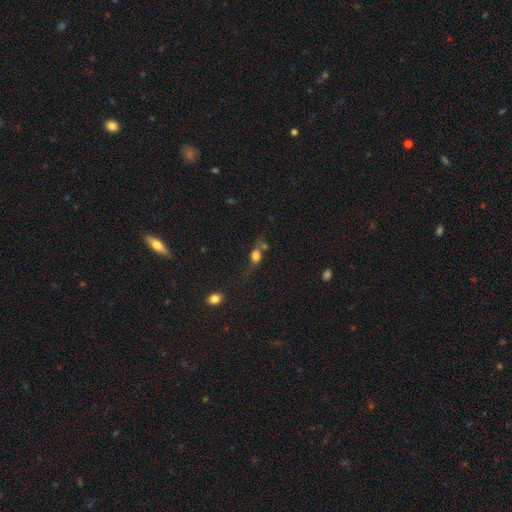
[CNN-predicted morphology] The model was most divided on "how rounded": in between: 53%, round: 37%, cigar-shaped: 10%. Remaining: smooth or featured — smooth (65%); merging — none (40%).